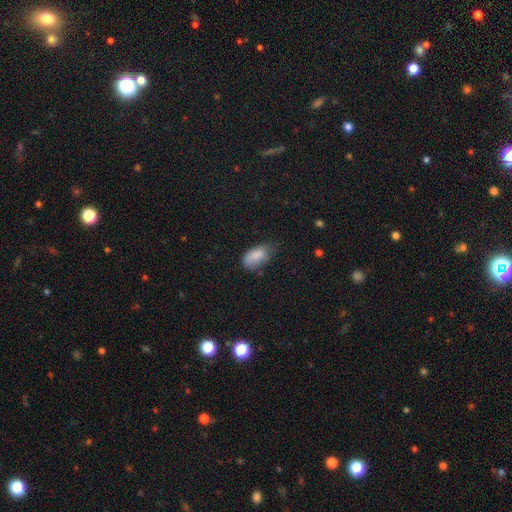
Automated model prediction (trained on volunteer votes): Morphology: type=smooth (85%); roundness=in between (92%); merging=none (49%).